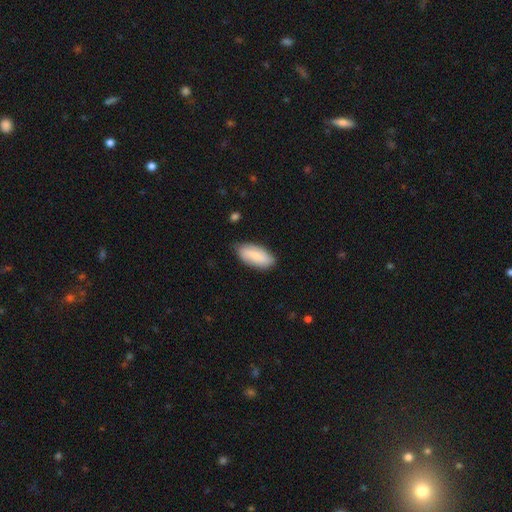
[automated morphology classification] Smooth or featured? smooth (74%)
How rounded? in between (89%)
Merging? none (78%)